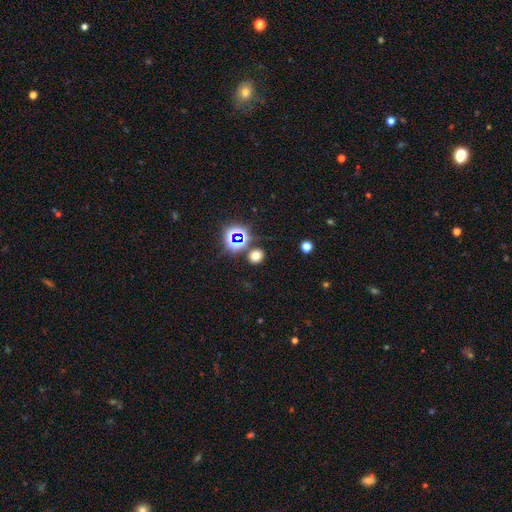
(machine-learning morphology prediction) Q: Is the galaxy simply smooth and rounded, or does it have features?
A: smooth — 64%.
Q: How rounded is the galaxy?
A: round — 65%.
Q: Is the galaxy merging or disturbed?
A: none — 82%.